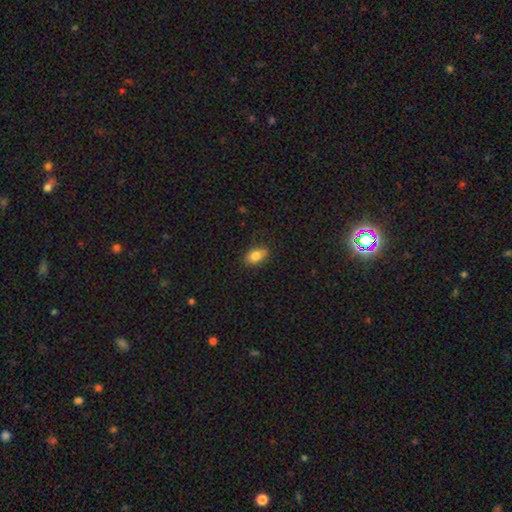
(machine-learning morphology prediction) Smooth or featured?
  - smooth: 83% *
  - star or artifact: 9%
  - featured or disk: 8%
How rounded?
  - in between: 86% *
  - round: 11%
  - cigar-shaped: 3%
Merging?
  - none: 81% *
  - minor disturbance: 15%
  - major disturbance: 3%
  - merger: 1%